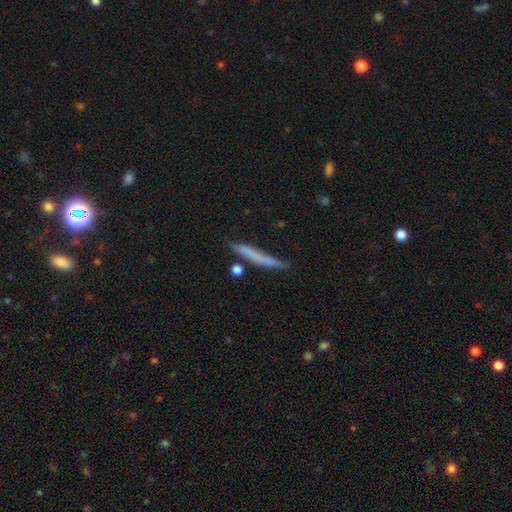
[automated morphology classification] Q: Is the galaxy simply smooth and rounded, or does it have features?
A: smooth — 66%.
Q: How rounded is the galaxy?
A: cigar-shaped — 95%.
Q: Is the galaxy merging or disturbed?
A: none — 74%.